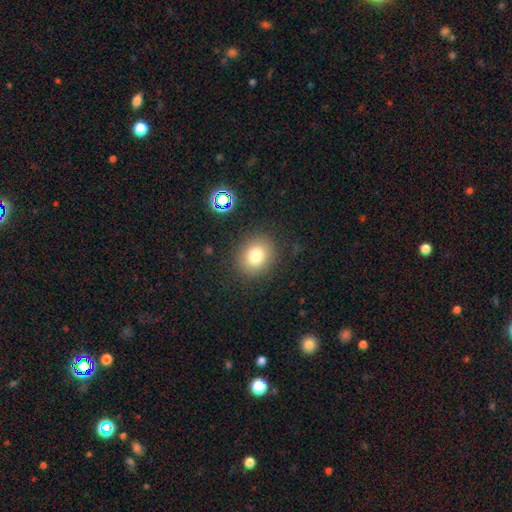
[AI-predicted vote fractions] smooth-or-featured: smooth: 78% | star or artifact: 13% | featured or disk: 9%
  how-rounded: round: 69% | in between: 30% | cigar-shaped: 1%
  merging: none: 86% | minor disturbance: 9% | major disturbance: 3% | merger: 2%